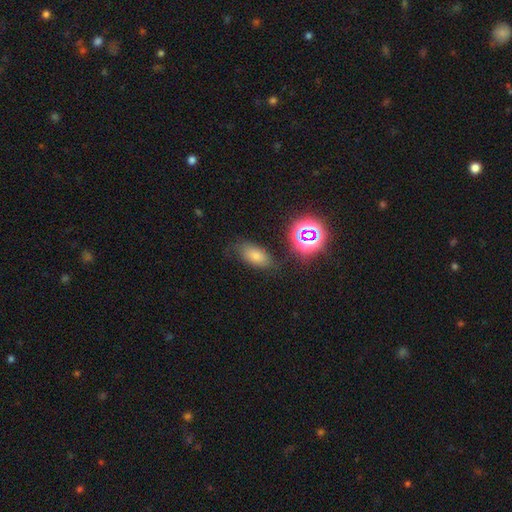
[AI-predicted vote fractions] Overall: smooth (62%; star or artifact 26%). How rounded: in between (85%). Merging: none (76%).